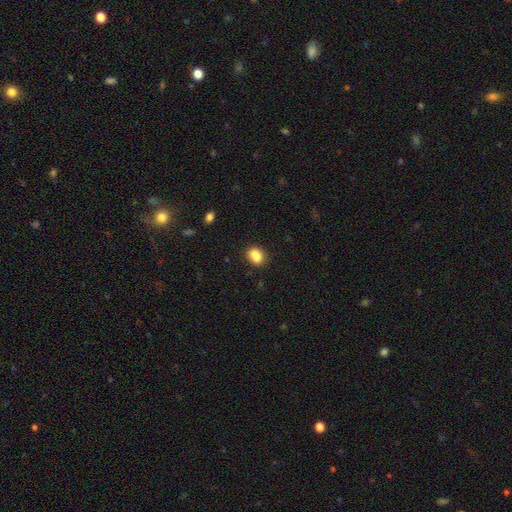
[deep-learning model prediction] Overall: smooth (86%). How rounded: in between (71%). Merging: none (80%).